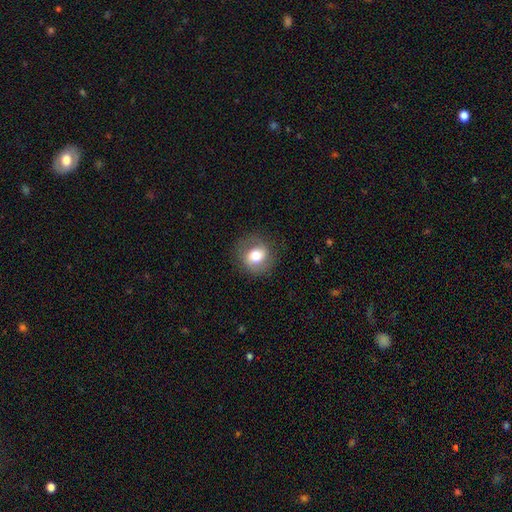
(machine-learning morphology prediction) The model was most divided on "smooth or featured": smooth: 56%, featured or disk: 36%, star or artifact: 9%. More confident: merging — none (80%); how rounded — round (74%).